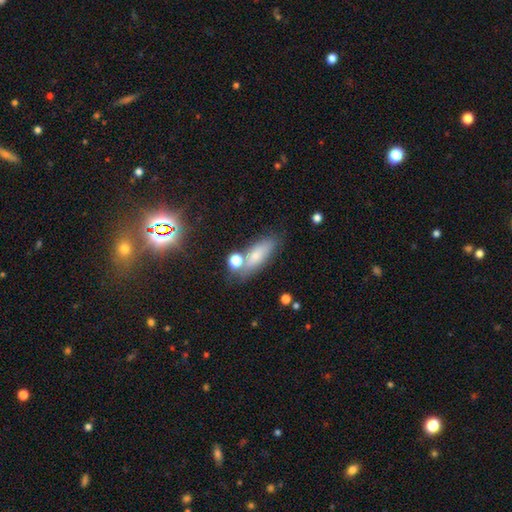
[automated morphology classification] Smooth or featured: smooth — 72% (featured or disk — 16%)
How rounded: in between — 64% (cigar-shaped — 30%)
Merging: none — 65% (minor disturbance — 16%)